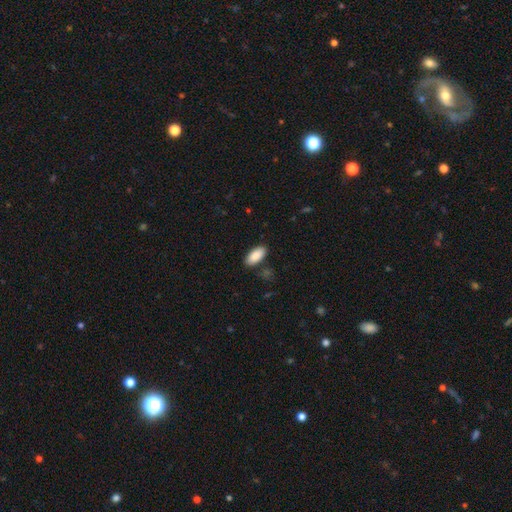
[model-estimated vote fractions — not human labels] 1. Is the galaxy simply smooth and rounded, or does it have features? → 89% smooth, 6% star or artifact, 5% featured or disk.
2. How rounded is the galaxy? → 90% in between, 8% cigar-shaped, 2% round.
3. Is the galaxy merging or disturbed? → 85% none, 10% minor disturbance, 2% merger, 2% major disturbance.